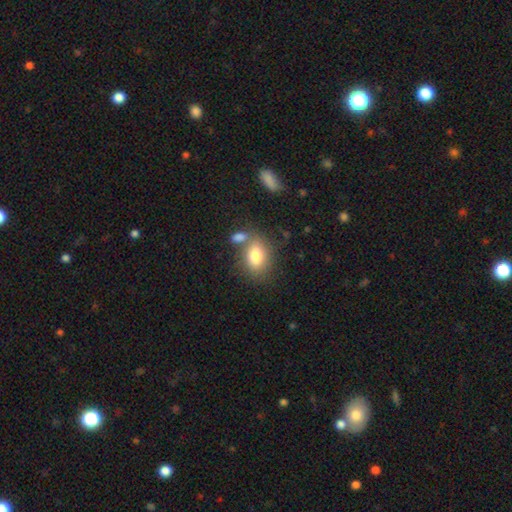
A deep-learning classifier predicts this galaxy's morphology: Q: Smooth or featured?
A: smooth (80%); runner-up: featured or disk (12%)
Q: How rounded?
A: in between (79%); runner-up: round (18%)
Q: Merging?
A: none (58%); runner-up: merger (23%)